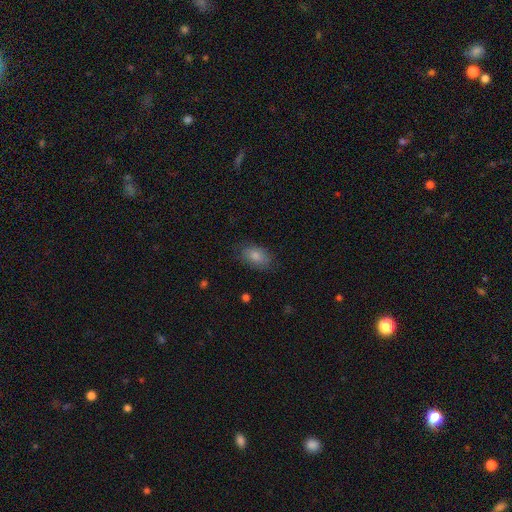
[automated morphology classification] Smooth or featured? Predicted: smooth (p=0.82). How rounded? Predicted: in between (p=0.90). Merging? Predicted: none (p=0.78).